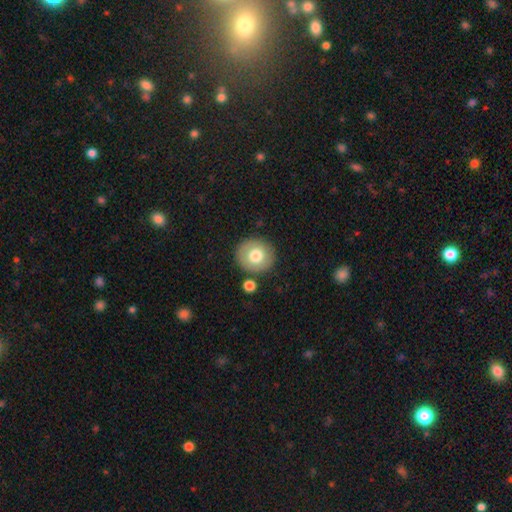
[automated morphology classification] A smooth galaxy with no disk features (73%) that is round (85%). Merging: none (83%).